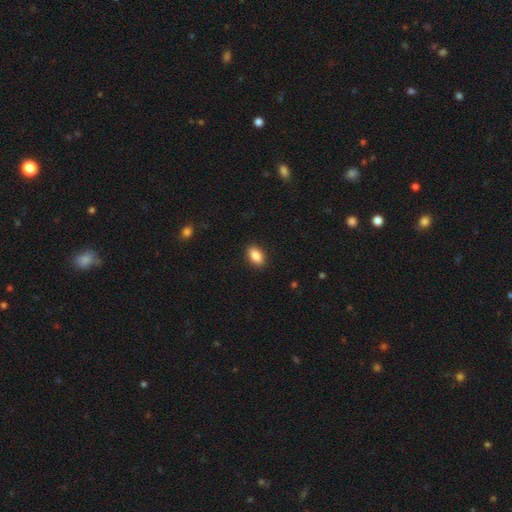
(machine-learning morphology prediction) The model was most divided on "smooth or featured": smooth: 88%, star or artifact: 7%, featured or disk: 4%. More confident: how rounded — in between (91%); merging — none (90%).